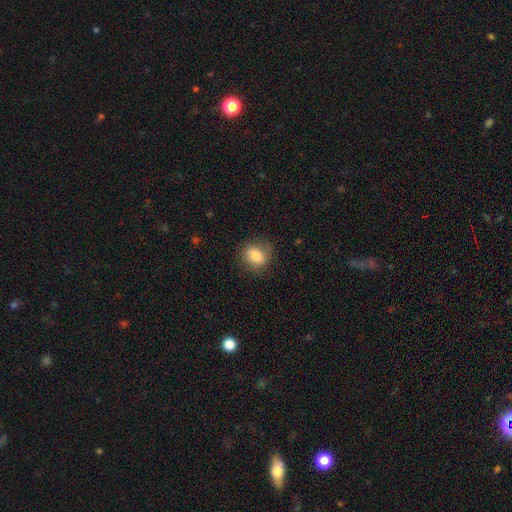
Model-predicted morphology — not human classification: type=smooth (79%); roundness=round (54%); merging=none (78%).